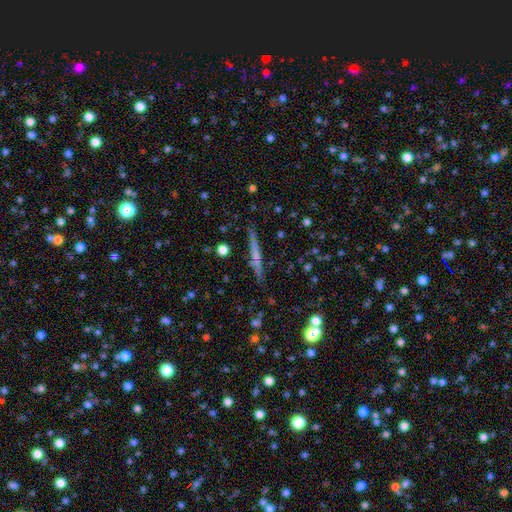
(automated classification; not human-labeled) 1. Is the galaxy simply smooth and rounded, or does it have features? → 53% featured or disk, 37% smooth, 10% star or artifact.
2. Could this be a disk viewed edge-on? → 96% yes, 4% no.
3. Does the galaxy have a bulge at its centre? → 64% none, 27% rounded, 9% boxy.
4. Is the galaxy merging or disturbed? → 86% none, 9% minor disturbance, 2% merger, 2% major disturbance.